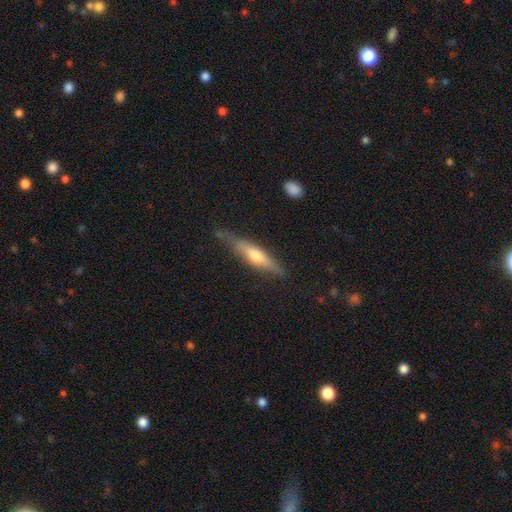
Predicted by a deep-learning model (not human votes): The model was most divided on "smooth or featured": featured or disk: 49%, smooth: 45%, star or artifact: 6%. More confident: merging — none (71%).